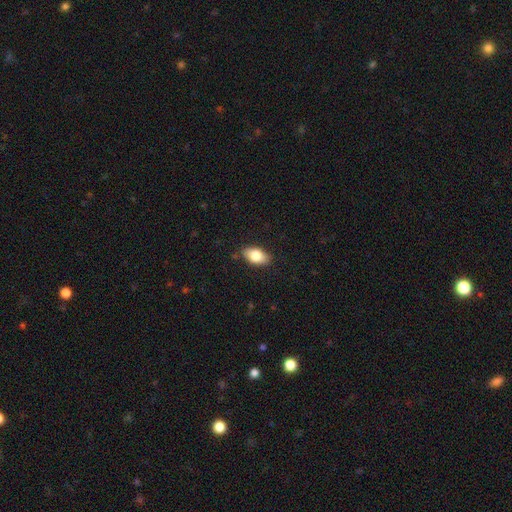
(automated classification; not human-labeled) This appears to be a smooth galaxy with no disk features (81%) that is in between round and cigar-shaped (91%). Merging: none (85%).